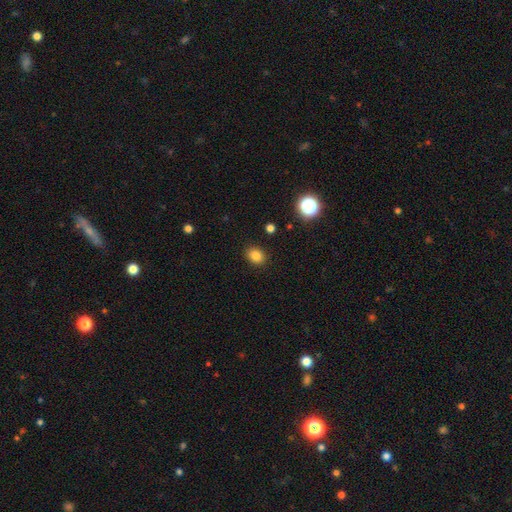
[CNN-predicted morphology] A smooth galaxy with no disk features (82%) that is round (52%).

Vote fractions:
- Smooth or featured? smooth: 82% / star or artifact: 12% / featured or disk: 6%
- How rounded? round: 52% / in between: 47% / cigar-shaped: 1%
- Merging? none: 89% / minor disturbance: 8% / major disturbance: 2% / merger: 1%